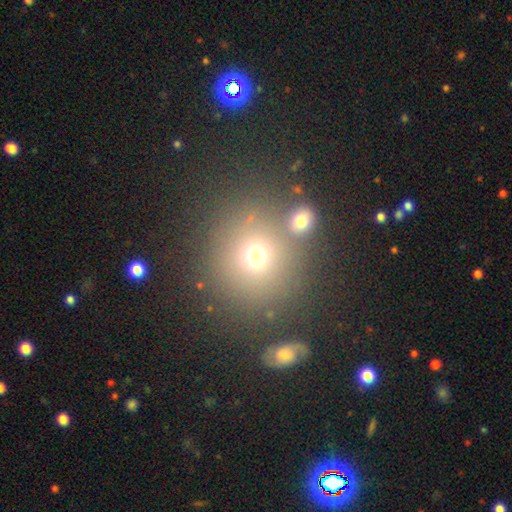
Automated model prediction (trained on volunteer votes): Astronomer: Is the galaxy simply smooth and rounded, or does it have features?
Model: smooth — 68%.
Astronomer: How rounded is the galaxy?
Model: round — 87%.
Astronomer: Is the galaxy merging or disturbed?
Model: none — 67%.